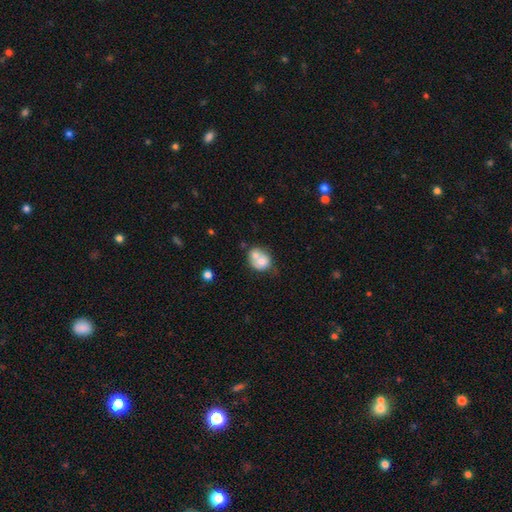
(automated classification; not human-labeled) Morphology: type=smooth (65%); roundness=round (64%); merging=merger (61%).